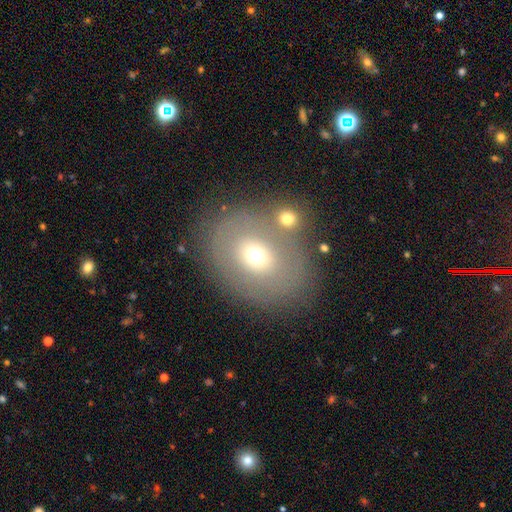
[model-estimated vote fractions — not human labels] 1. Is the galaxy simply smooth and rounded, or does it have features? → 59% smooth, 29% featured or disk, 12% star or artifact.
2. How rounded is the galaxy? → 52% in between, 47% round, 1% cigar-shaped.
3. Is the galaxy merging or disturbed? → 63% none, 18% merger, 13% minor disturbance, 7% major disturbance.